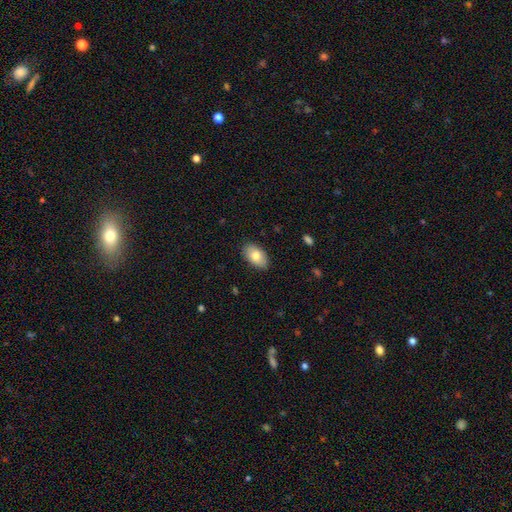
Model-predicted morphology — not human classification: Smooth or featured? smooth (79%)
How rounded? in between (93%)
Merging? none (87%)